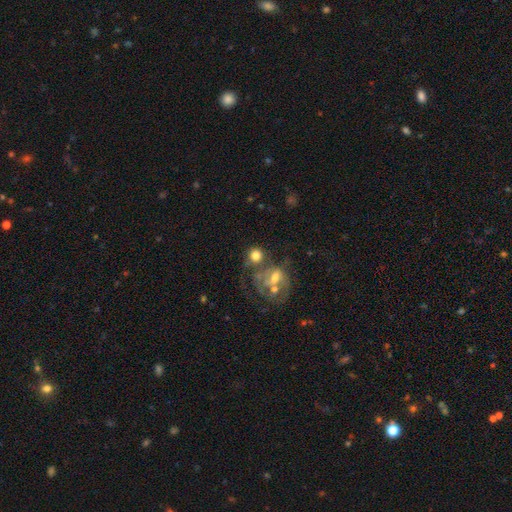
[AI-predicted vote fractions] Smooth or featured? Predicted: smooth (p=0.68). How rounded? Predicted: round (p=0.82). Merging? Predicted: none (p=0.44).